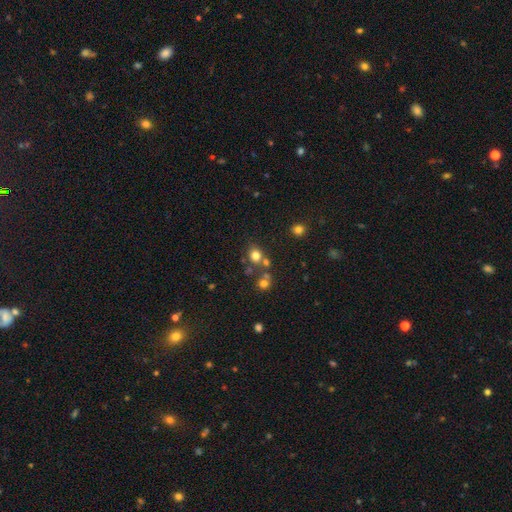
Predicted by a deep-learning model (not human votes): Morphology: type=smooth (75%); roundness=round (71%); merging=none (64%).